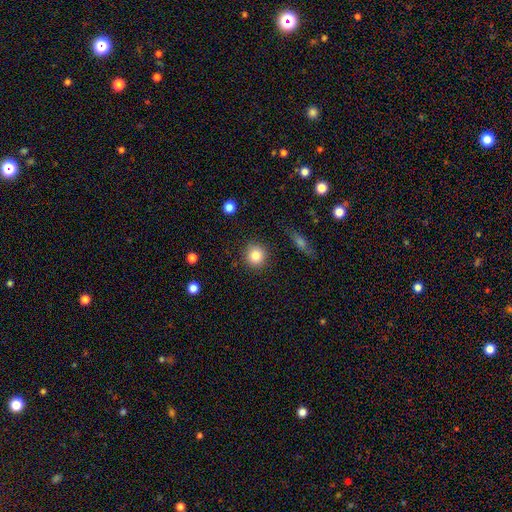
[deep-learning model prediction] This appears to be a smooth galaxy with no disk features (84%) that is round (91%). Merging: none (89%).